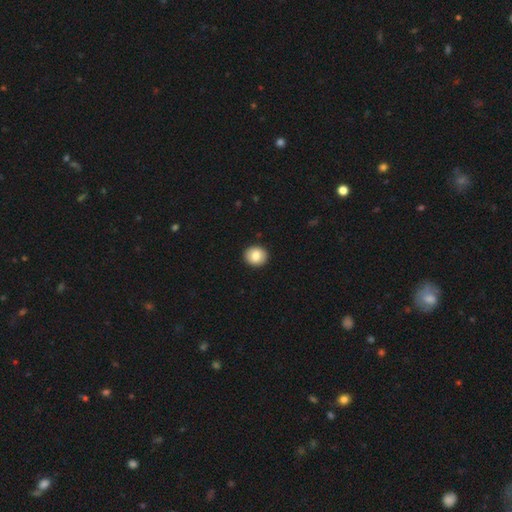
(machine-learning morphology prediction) Smooth or featured? Predicted: smooth (p=0.84). How rounded? Predicted: round (p=0.83). Merging? Predicted: none (p=0.92).